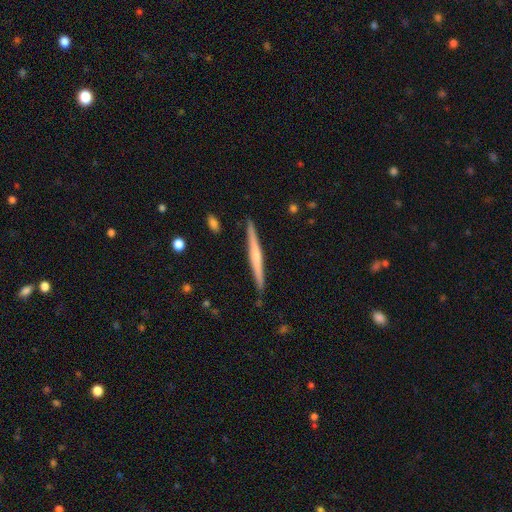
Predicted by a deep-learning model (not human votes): The model was most divided on "edge-on bulge": rounded: 61%, none: 30%, boxy: 9%. More confident: edge-on disk — yes (97%); merging — none (88%); smooth or featured — featured or disk (68%).